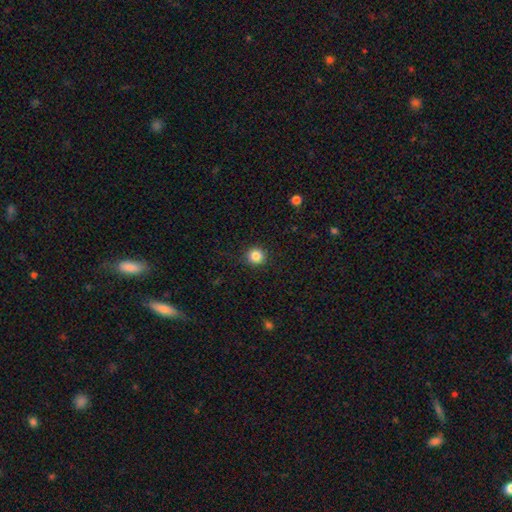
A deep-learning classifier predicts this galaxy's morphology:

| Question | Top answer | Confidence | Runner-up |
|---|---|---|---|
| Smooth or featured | smooth | 85% | star or artifact (11%) |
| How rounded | round | 93% | in between (6%) |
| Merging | none | 91% | minor disturbance (6%) |